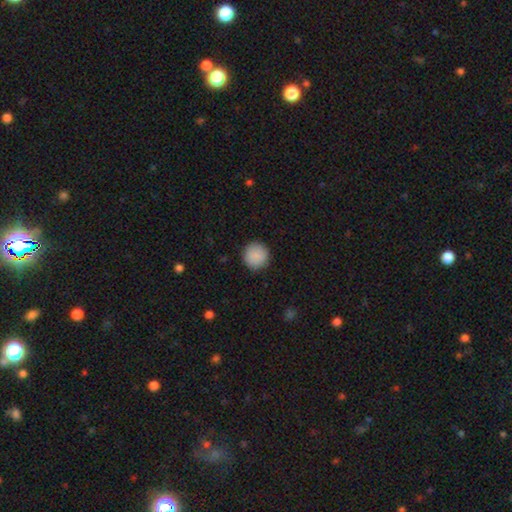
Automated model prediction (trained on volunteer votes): A smooth galaxy with no disk features (90%) that is round (96%).

Vote fractions:
- Smooth or featured? smooth: 90% / star or artifact: 7% / featured or disk: 3%
- How rounded? round: 96% / in between: 3% / cigar-shaped: 1%
- Merging? none: 92% / minor disturbance: 5% / major disturbance: 2% / merger: 1%